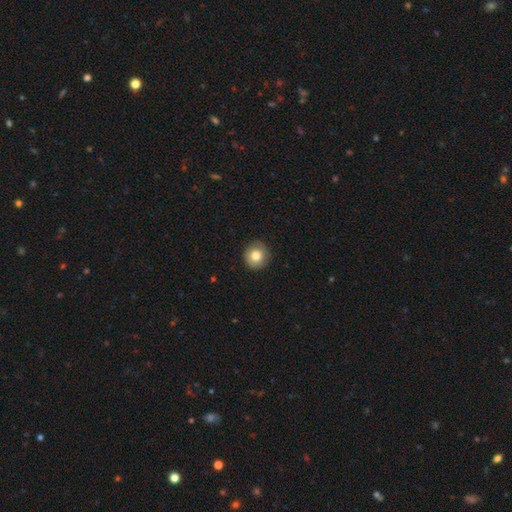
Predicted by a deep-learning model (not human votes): Morphology: type=smooth (81%); roundness=round (92%); merging=none (89%).